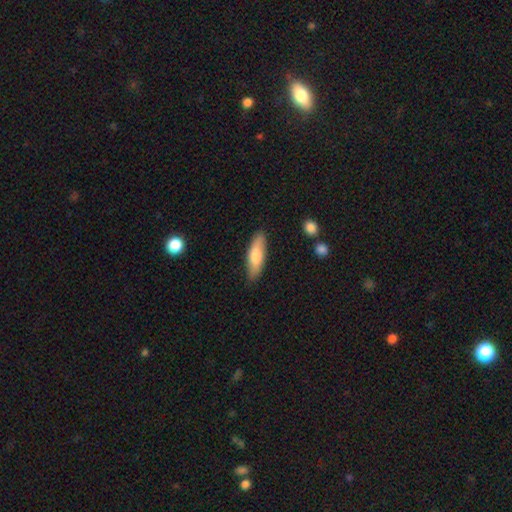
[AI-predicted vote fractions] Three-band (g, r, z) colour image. It shows a smooth galaxy with no disk features (73%) that is cigar-shaped (52%). Merging: none (84%).